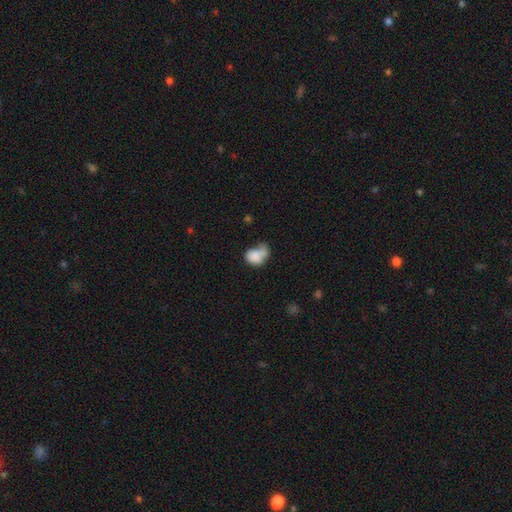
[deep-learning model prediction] smooth 76%, featured or disk 15%, star or artifact 9%. Down the decision tree: how rounded — in between (67%); merging — merger (35%).